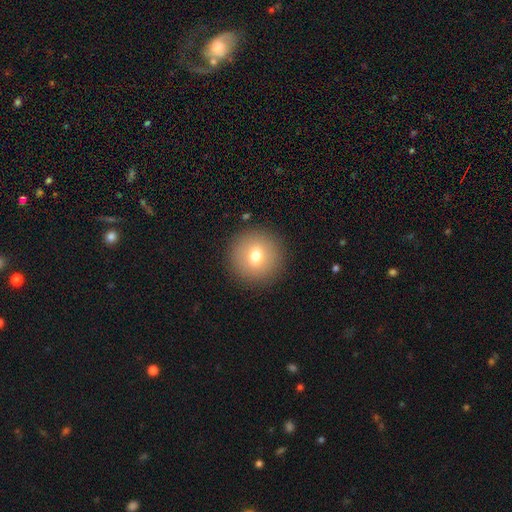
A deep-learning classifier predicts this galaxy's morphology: type=smooth (71%); roundness=round (95%); merging=none (90%).